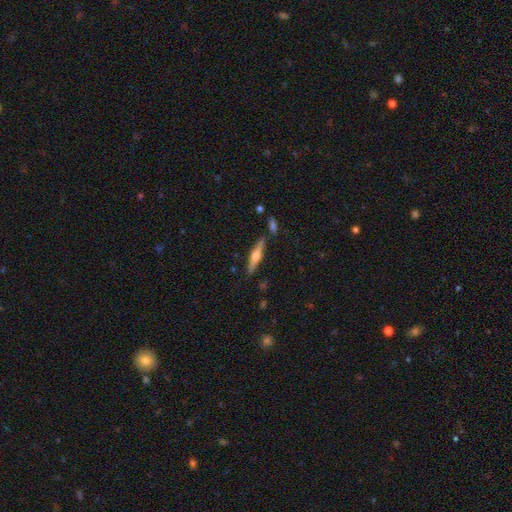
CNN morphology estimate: A featured or disk galaxy (69%) viewed edge-on (97%) with a rounded central bulge (86%). Merging: none (85%).